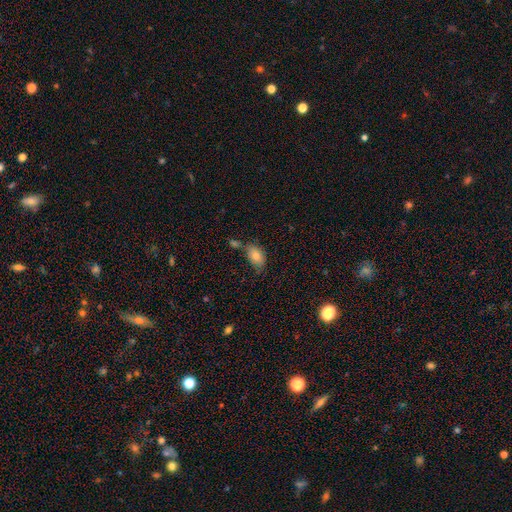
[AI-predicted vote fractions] Smooth or featured: smooth — 81% (featured or disk — 11%)
How rounded: in between — 88% (round — 10%)
Merging: none — 56% (minor disturbance — 21%)